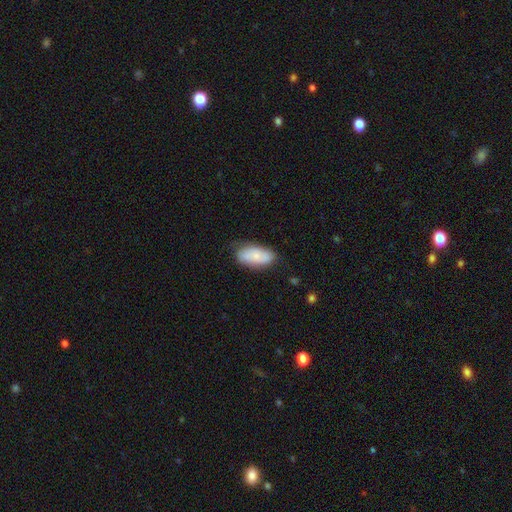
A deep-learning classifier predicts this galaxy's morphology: smooth 70%, featured or disk 23%, star or artifact 6%. Down the decision tree: how rounded — in between (92%); merging — none (69%).